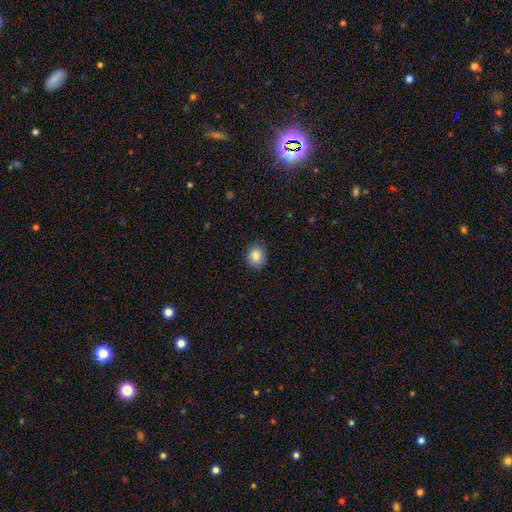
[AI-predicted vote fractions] Smooth or featured: smooth — 86% (star or artifact — 9%)
How rounded: round — 69% (in between — 30%)
Merging: none — 88% (minor disturbance — 9%)